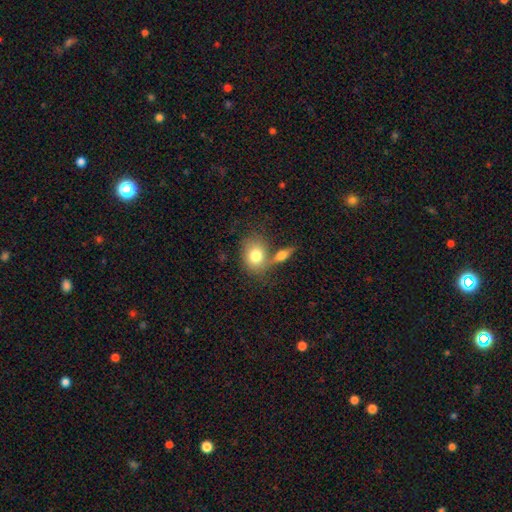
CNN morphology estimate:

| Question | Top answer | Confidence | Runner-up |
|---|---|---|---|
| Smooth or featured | smooth | 76% | featured or disk (17%) |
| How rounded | in between | 54% | round (44%) |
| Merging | none | 48% | merger (34%) |